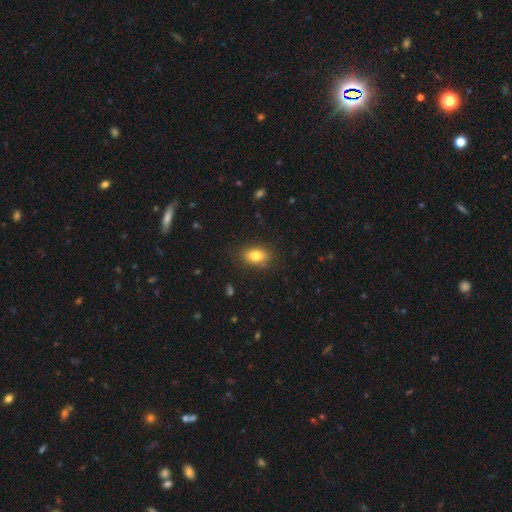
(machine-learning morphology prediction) smooth_or_featured: smooth (p=0.81) [alt: featured or disk p=0.11]
how_rounded: in between (p=0.84) [alt: round p=0.12]
merging: none (p=0.83) [alt: minor disturbance p=0.13]